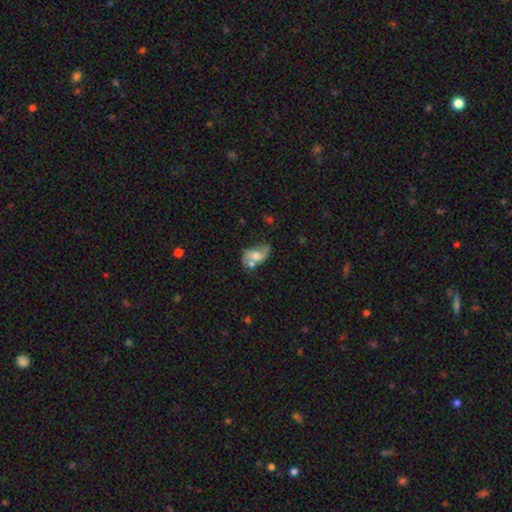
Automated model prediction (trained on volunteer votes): A featured or disk galaxy (60%) with no bar (64%), spiral arms (70%) and a moderate central bulge (52%). Merging: none (34%).